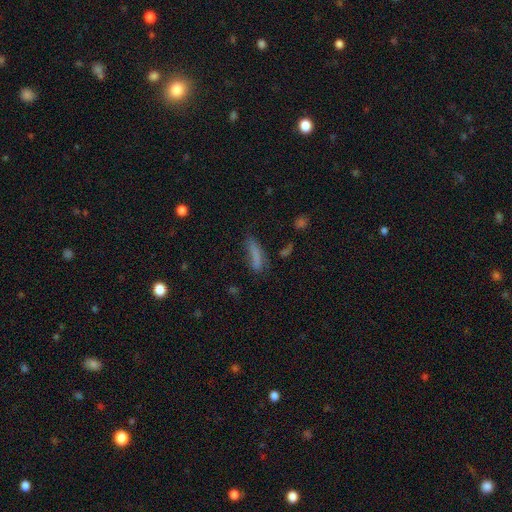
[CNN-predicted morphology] Overall: smooth (77%). How rounded: cigar-shaped (67%; in between 31%). Merging: none (55%; minor disturbance 25%).